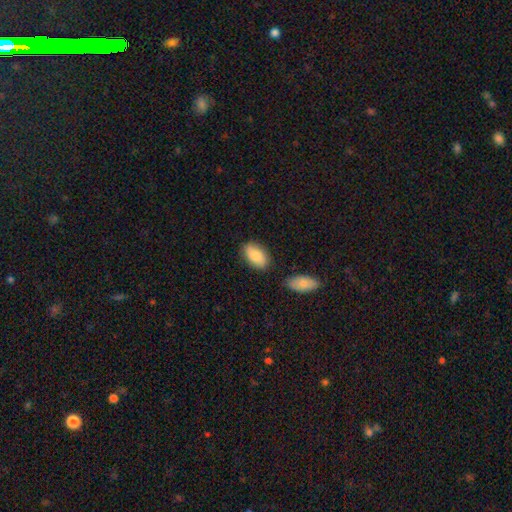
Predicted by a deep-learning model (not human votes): This appears to be a smooth galaxy with no disk features (86%) that is in between round and cigar-shaped (92%). Merging: none (75%).